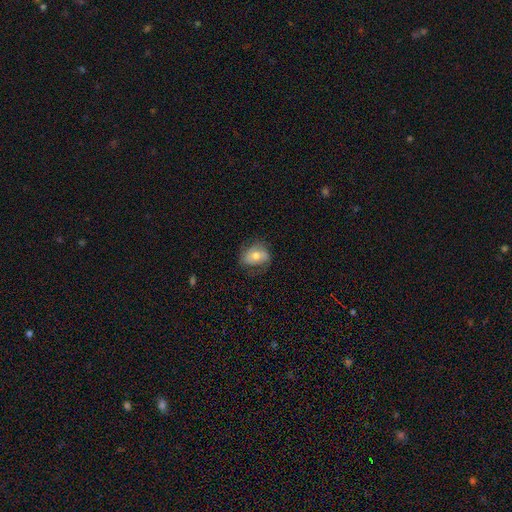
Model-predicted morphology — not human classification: This appears to be a smooth galaxy with no disk features (54%) that is in between round and cigar-shaped (63%). Merging: none (62%).